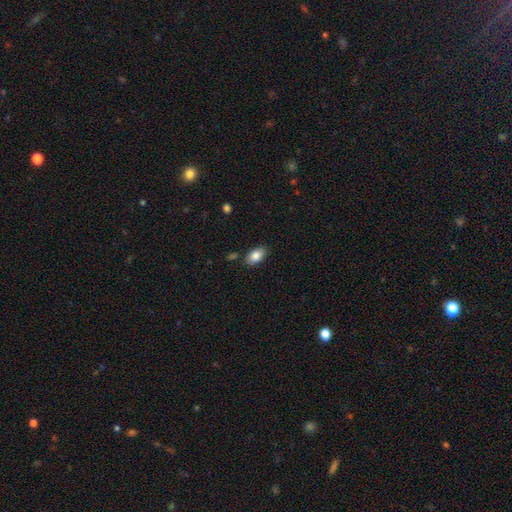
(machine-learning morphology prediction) type=smooth (85%); roundness=in between (92%); merging=none (82%).